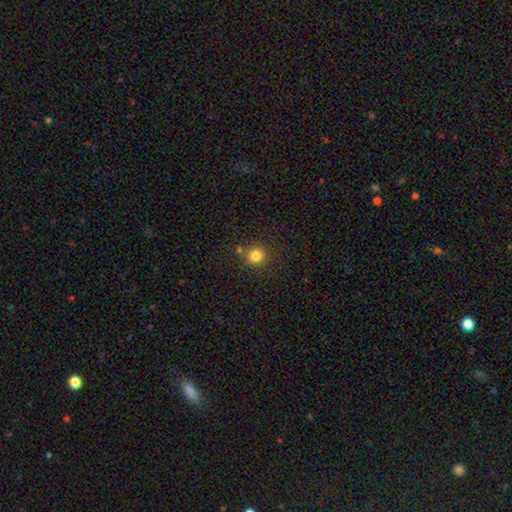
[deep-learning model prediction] This is clearly a smooth galaxy (82%). How rounded: clearly round (93%). Merging: likely none (79%).